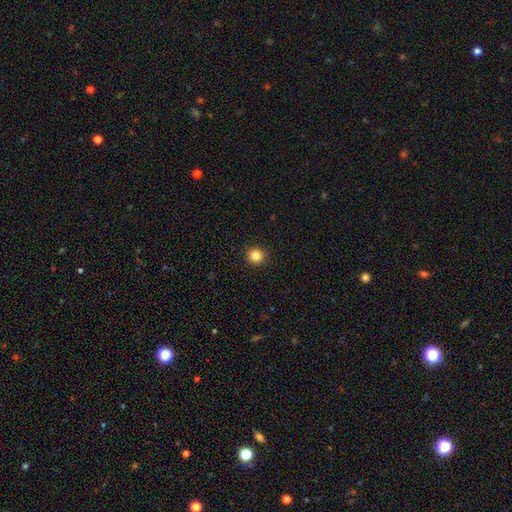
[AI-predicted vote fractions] Smooth or featured? smooth (84%)
How rounded? round (94%)
Merging? none (92%)